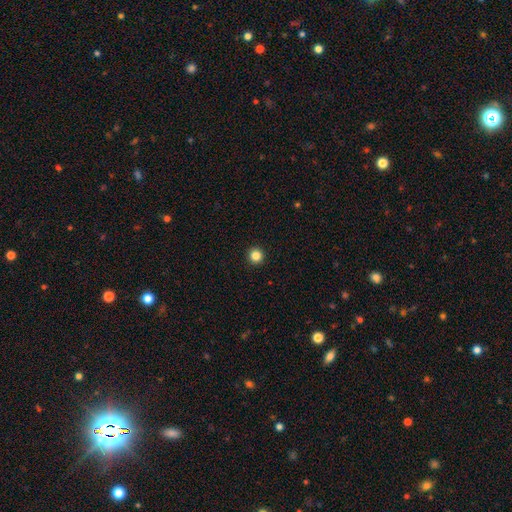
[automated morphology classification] The model was most divided on "smooth or featured": smooth: 84%, star or artifact: 11%, featured or disk: 4%. More confident: how rounded — round (96%); merging — none (94%).